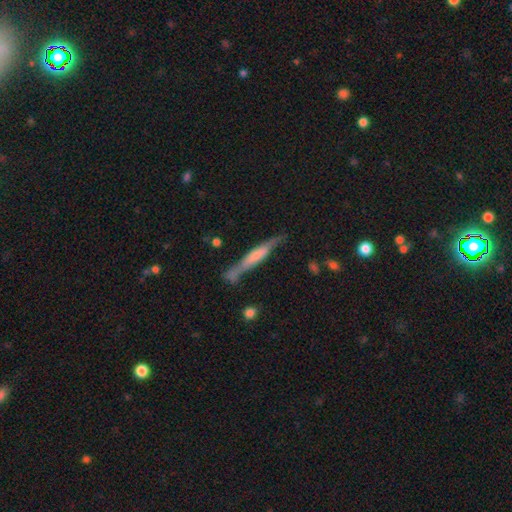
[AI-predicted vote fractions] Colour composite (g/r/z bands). It shows a featured or disk galaxy (50%). Merging: none (65%).